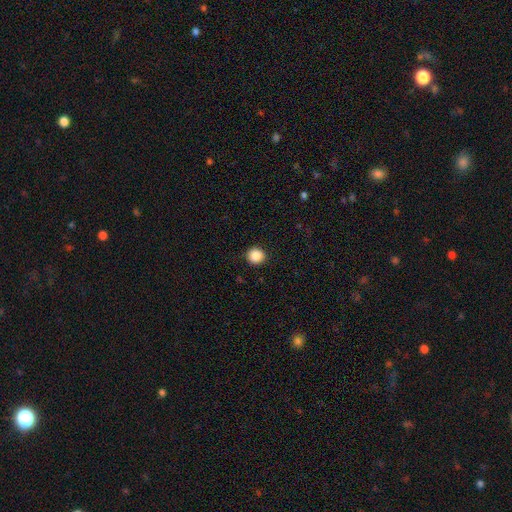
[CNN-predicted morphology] Smooth or featured?
  - smooth: 88% *
  - star or artifact: 9%
  - featured or disk: 3%
How rounded?
  - round: 91% *
  - in between: 8%
  - cigar-shaped: 1%
Merging?
  - none: 91% *
  - minor disturbance: 6%
  - major disturbance: 2%
  - merger: 1%